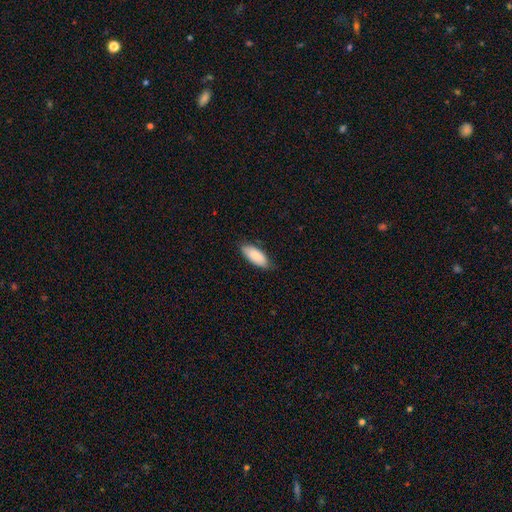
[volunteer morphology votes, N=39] smooth_or_featured: smooth (p=0.87) [alt: featured or disk p=0.08]
how_rounded: in between (p=0.97) [alt: cigar-shaped p=0.03]
merging: none (p=0.70) [alt: minor disturbance p=0.27]